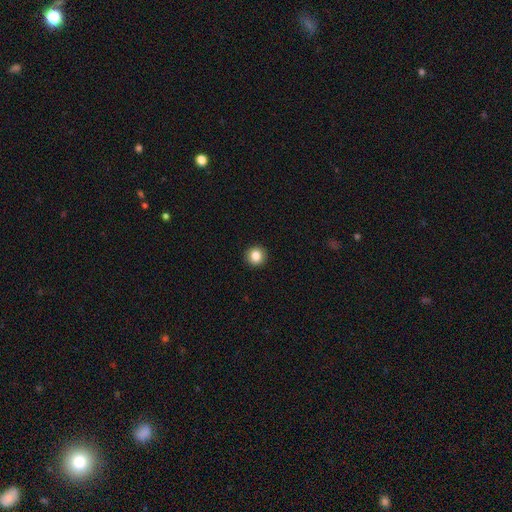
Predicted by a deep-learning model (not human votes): This is clearly a smooth galaxy (84%). How rounded: clearly round (94%). Merging: clearly none (93%).